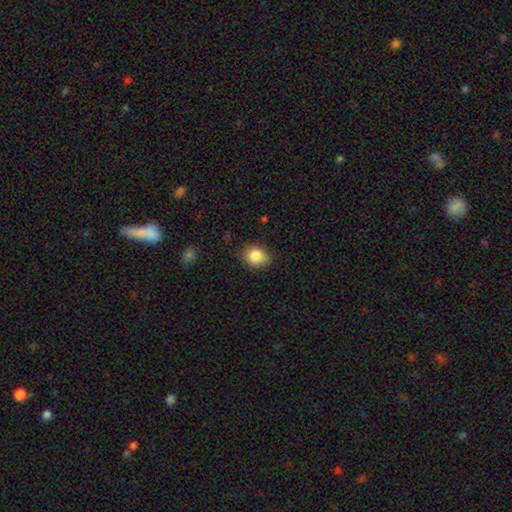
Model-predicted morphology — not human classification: Smooth or featured?
  - smooth: 85% *
  - star or artifact: 9%
  - featured or disk: 6%
How rounded?
  - round: 50% *
  - in between: 49%
  - cigar-shaped: 1%
Merging?
  - none: 80% *
  - minor disturbance: 15%
  - major disturbance: 3%
  - merger: 1%